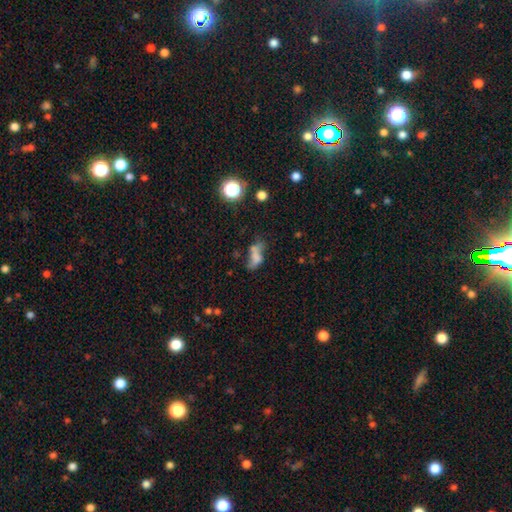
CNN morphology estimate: A smooth galaxy with no disk features (54%) that is in between round and cigar-shaped (76%). Merging: none (32%).